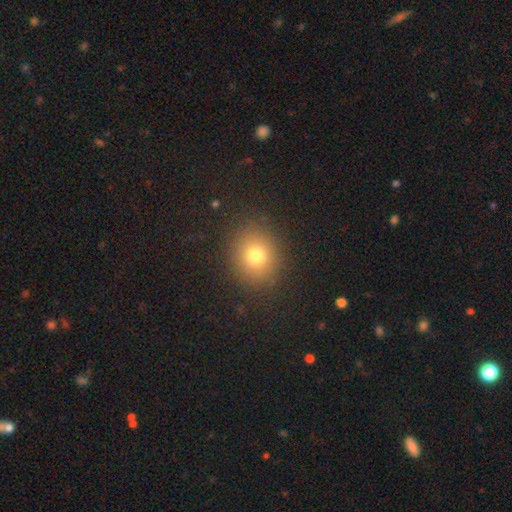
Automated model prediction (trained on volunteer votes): Smooth or featured? smooth (73%)
How rounded? round (76%)
Merging? none (87%)